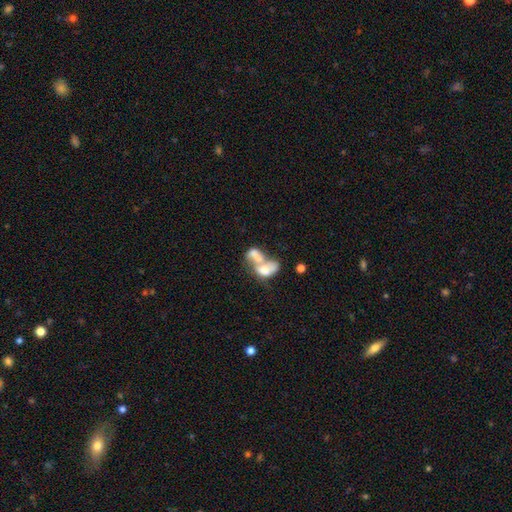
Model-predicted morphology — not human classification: Smooth or featured?
  - smooth: 51% *
  - featured or disk: 39%
  - star or artifact: 10%
How rounded?
  - in between: 80% *
  - round: 18%
  - cigar-shaped: 3%
Merging?
  - merger: 75% *
  - major disturbance: 11%
  - none: 9%
  - minor disturbance: 5%